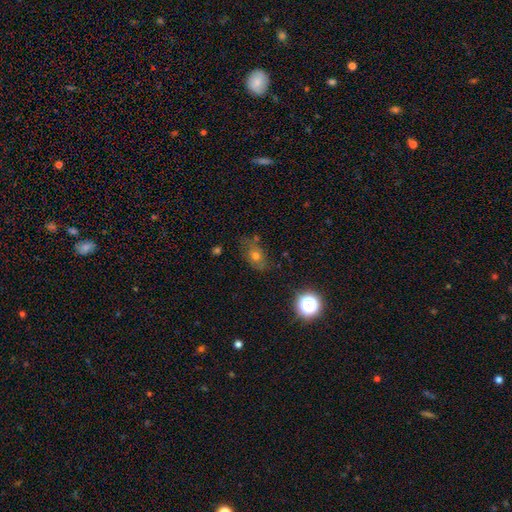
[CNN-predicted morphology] Overall: smooth (62%). How rounded: in between (68%; round 29%). Merging: none (65%).